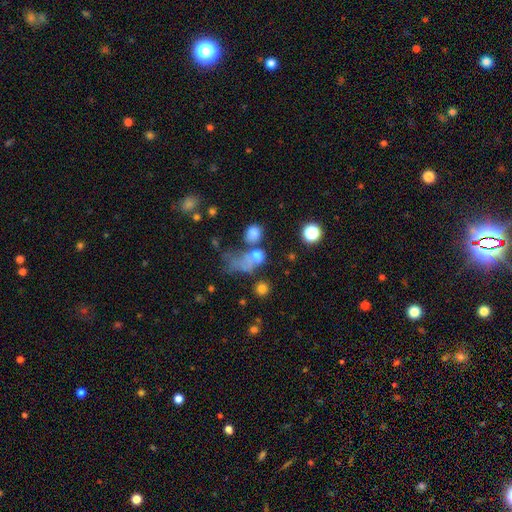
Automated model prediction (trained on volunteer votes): The model was most divided on "how rounded": in between: 56%, round: 41%, cigar-shaped: 3%. Remaining: smooth or featured — smooth (64%); merging — merger (41%).